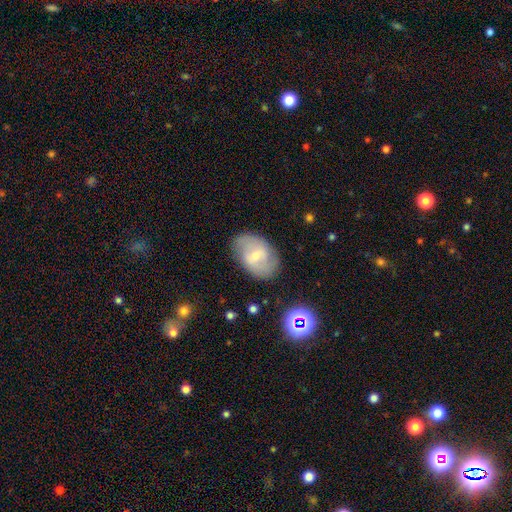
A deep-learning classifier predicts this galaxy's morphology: Smooth or featured: featured or disk — 53% (smooth — 39%)
Edge-on disk: no — 95% (yes — 5%)
Bar: weak — 55% (no — 26%)
Spiral arms: yes — 69% (no — 31%)
Bulge size: small — 56% (moderate — 38%)
Merging: none — 78% (minor disturbance — 15%)